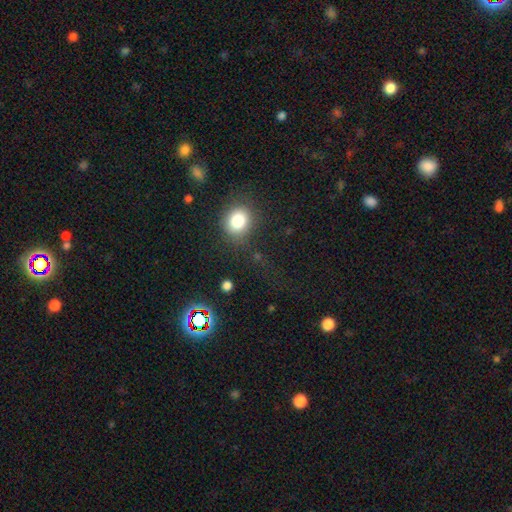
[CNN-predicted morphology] Smooth or featured: smooth — 65% (star or artifact — 28%)
How rounded: round — 81% (in between — 18%)
Merging: none — 78% (minor disturbance — 12%)